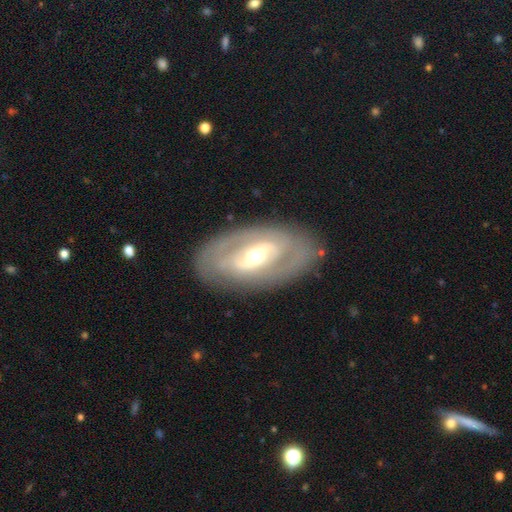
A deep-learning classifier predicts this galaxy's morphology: The model was most divided on "bar": strong: 40%, weak: 36%, no: 23%. More confident: edge-on disk — no (91%); merging — none (82%); smooth or featured — featured or disk (76%); bulge size — moderate (67%); spiral arms — yes (55%).